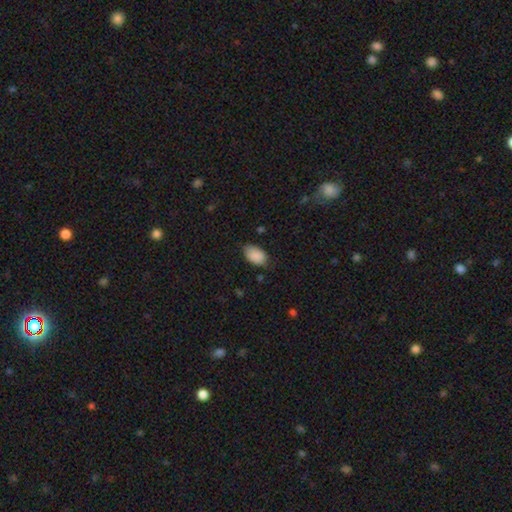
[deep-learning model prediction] Smooth or featured? Predicted: smooth (p=0.89). How rounded? Predicted: in between (p=0.91). Merging? Predicted: none (p=0.66).